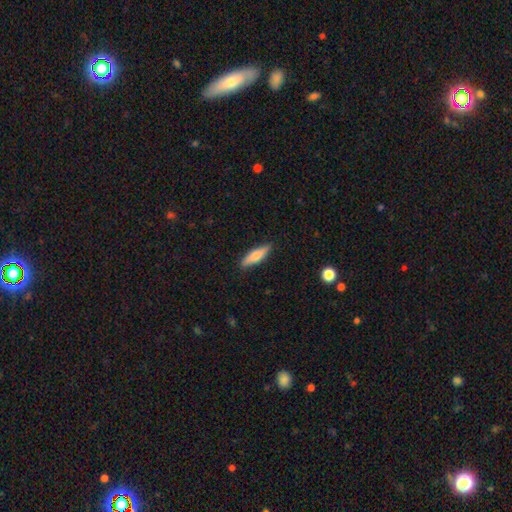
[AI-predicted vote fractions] A smooth galaxy with no disk features (67%) that is cigar-shaped (66%).

Vote fractions:
- Smooth or featured? smooth: 67% / featured or disk: 27% / star or artifact: 6%
- How rounded? cigar-shaped: 66% / in between: 32% / round: 2%
- Merging? none: 88% / minor disturbance: 9% / major disturbance: 2% / merger: 1%